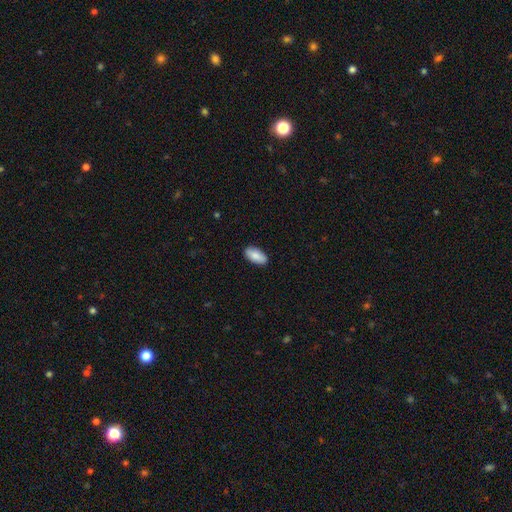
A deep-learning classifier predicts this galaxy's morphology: This appears to be a smooth galaxy with no disk features (87%) that is in between round and cigar-shaped (92%). Merging: none (90%).